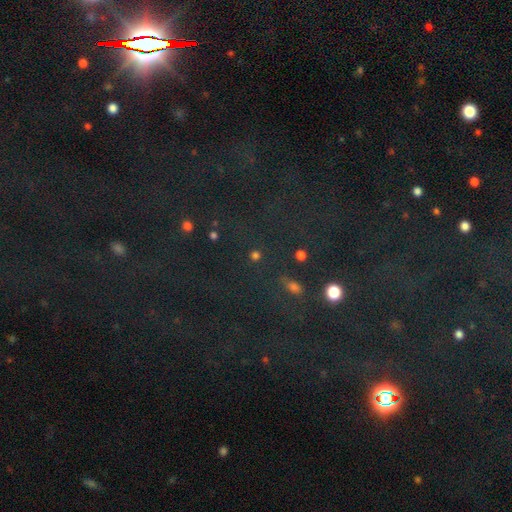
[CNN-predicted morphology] smooth_or_featured: star or artifact (p=0.70) [alt: smooth p=0.21]